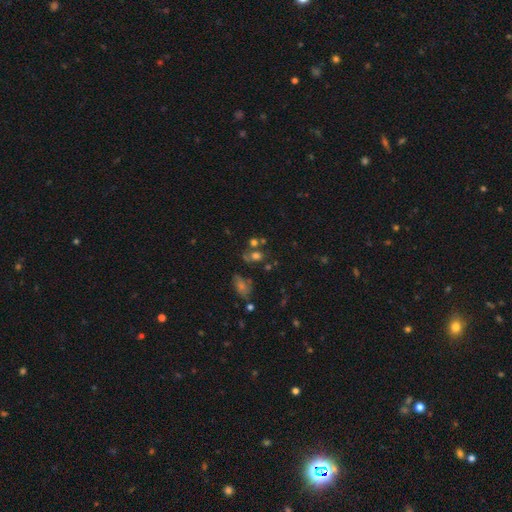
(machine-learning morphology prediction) Q: Smooth or featured?
A: smooth (66%); runner-up: star or artifact (19%)
Q: How rounded?
A: in between (50%); runner-up: round (48%)
Q: Merging?
A: none (49%); runner-up: merger (28%)